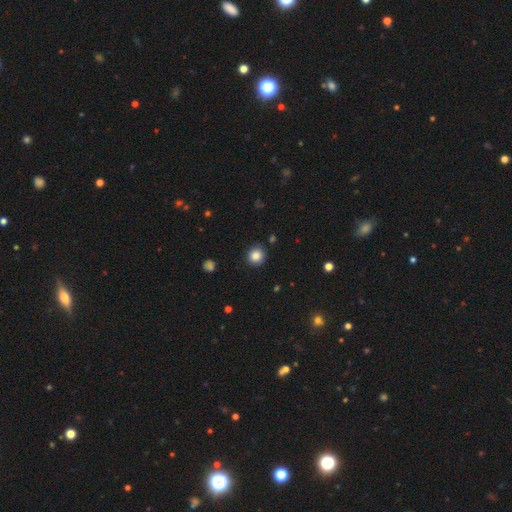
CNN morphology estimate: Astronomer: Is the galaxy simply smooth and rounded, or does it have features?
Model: smooth — 85%.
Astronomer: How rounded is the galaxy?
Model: round — 92%.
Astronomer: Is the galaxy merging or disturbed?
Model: none — 90%.